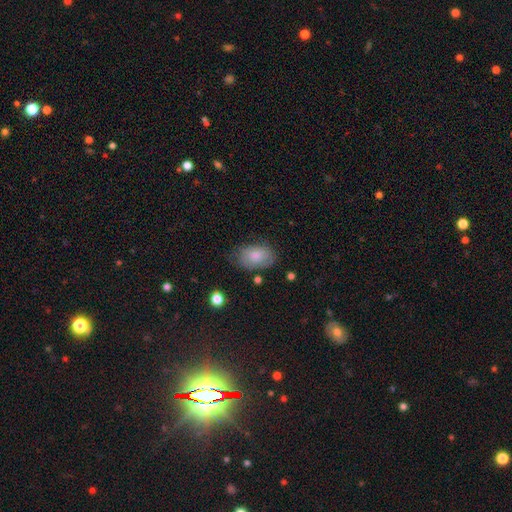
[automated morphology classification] A smooth galaxy with no disk features (79%) that is in between round and cigar-shaped (89%). Merging: none (65%).